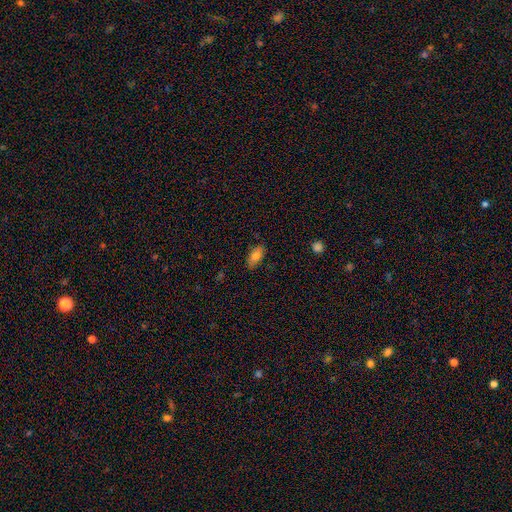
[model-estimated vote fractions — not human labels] Smooth or featured? smooth (78%)
How rounded? in between (90%)
Merging? none (83%)